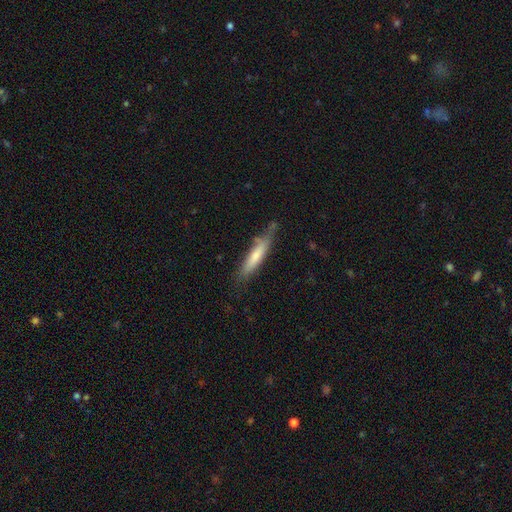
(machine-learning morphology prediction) The model was most divided on "smooth or featured": smooth: 67%, featured or disk: 27%, star or artifact: 6%. More confident: how rounded — cigar-shaped (84%); merging — none (66%).